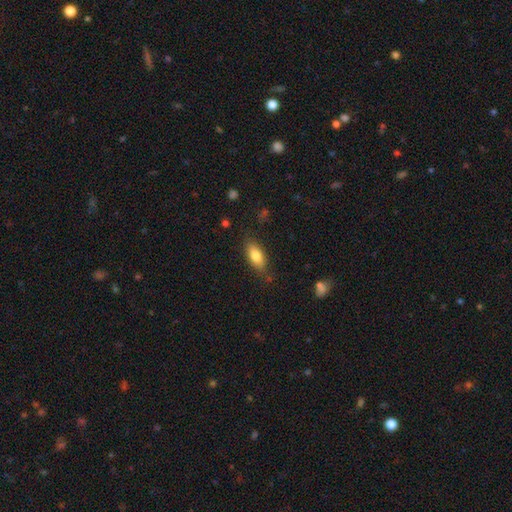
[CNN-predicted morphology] smooth 79%, featured or disk 13%, star or artifact 7%. Down the decision tree: how rounded — in between (81%); merging — none (79%).